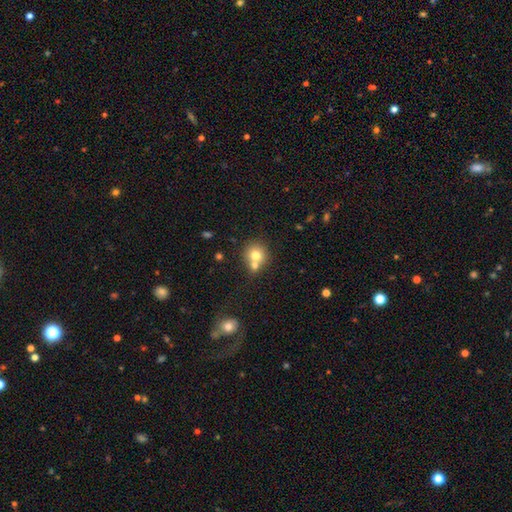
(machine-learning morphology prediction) Overall: smooth (74%). How rounded: round (85%). Merging: none (45%; merger 44%).